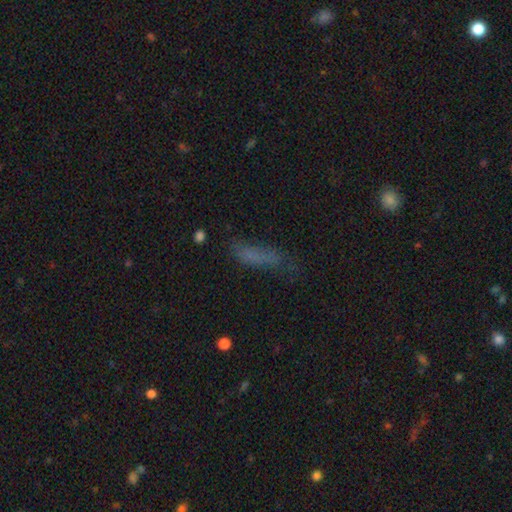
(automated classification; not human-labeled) A smooth galaxy with no disk features (66%) that is cigar-shaped (67%). Merging: none (51%).